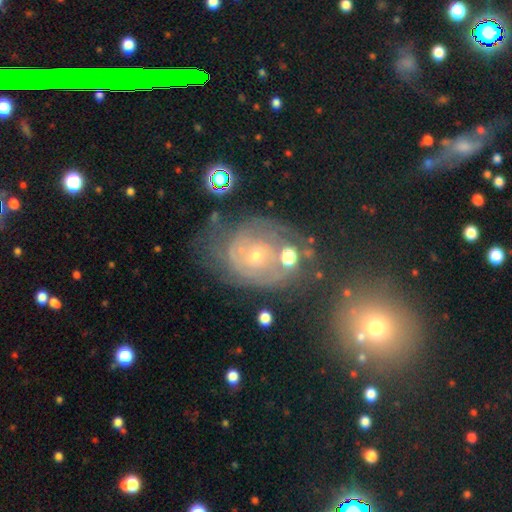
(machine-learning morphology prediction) Q: Smooth or featured?
A: featured or disk (73%); runner-up: smooth (15%)
Q: Edge-on disk?
A: no (97%); runner-up: yes (3%)
Q: Bar?
A: no (77%); runner-up: weak (19%)
Q: Spiral arms?
A: yes (85%); runner-up: no (15%)
Q: Spiral winding?
A: tight (66%); runner-up: medium (26%)
Q: Spiral arm count?
A: can't tell (44%); runner-up: 2 (24%)
Q: Bulge size?
A: small (77%); runner-up: moderate (18%)
Q: Merging?
A: none (48%); runner-up: minor disturbance (22%)